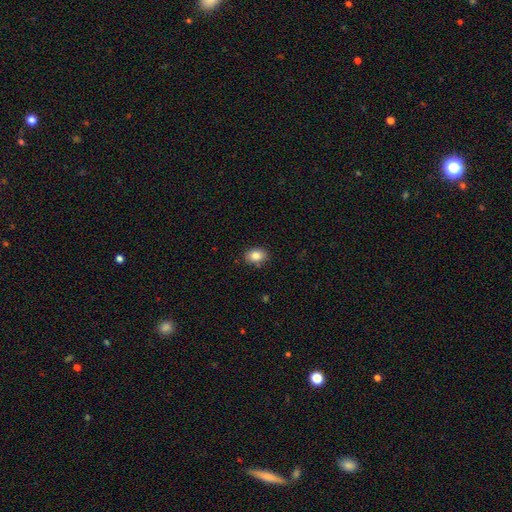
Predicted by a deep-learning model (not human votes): Morphology: type=smooth (85%); roundness=in between (69%); merging=none (86%).